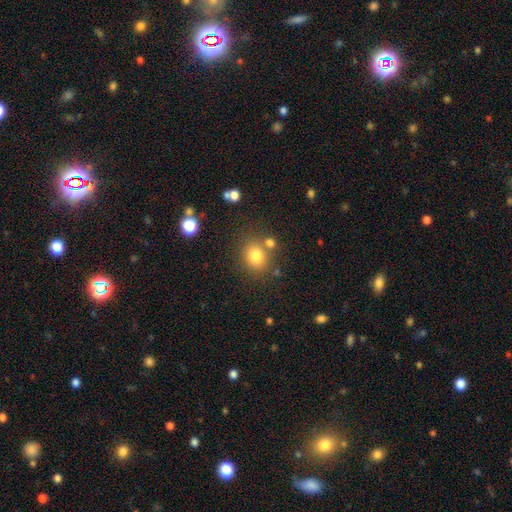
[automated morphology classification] type=smooth (78%); roundness=round (73%); merging=none (72%).